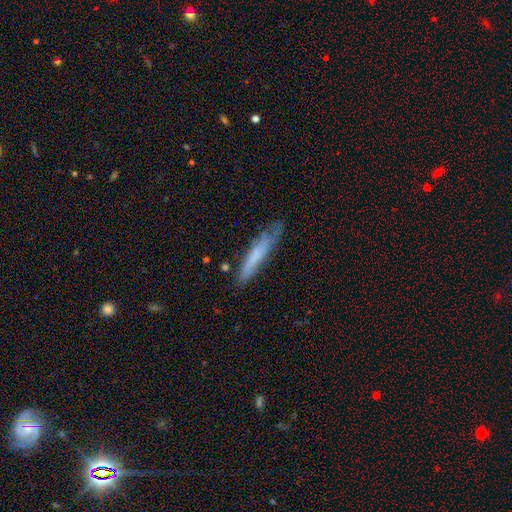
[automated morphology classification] Smooth or featured?
  - smooth: 54% *
  - featured or disk: 38%
  - star or artifact: 7%
How rounded?
  - cigar-shaped: 90% *
  - in between: 9%
  - round: 1%
Merging?
  - none: 65% *
  - minor disturbance: 25%
  - major disturbance: 7%
  - merger: 3%